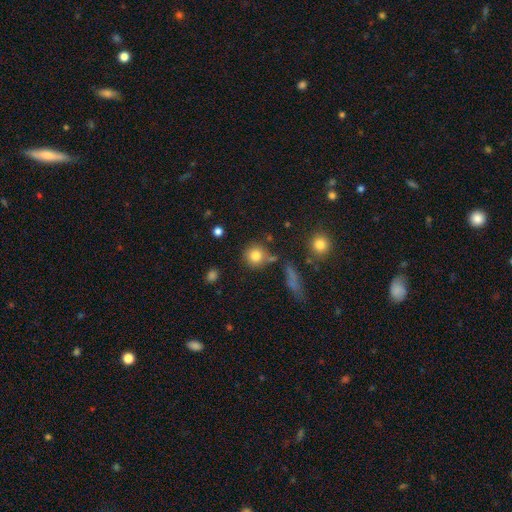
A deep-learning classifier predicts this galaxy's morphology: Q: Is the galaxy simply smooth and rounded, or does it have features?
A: smooth — 80%.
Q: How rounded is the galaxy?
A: round — 91%.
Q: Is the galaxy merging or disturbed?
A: none — 75%.